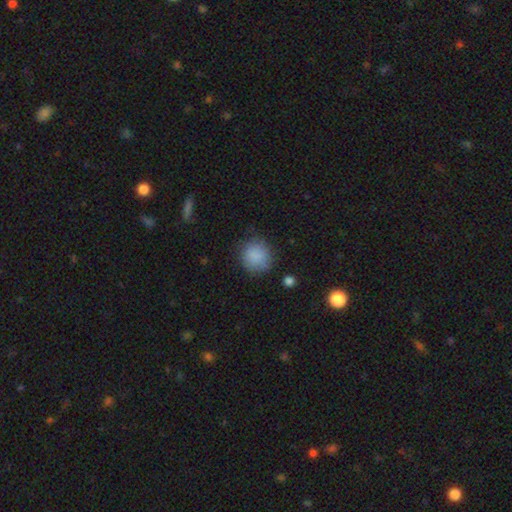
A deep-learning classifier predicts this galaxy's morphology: The model was most divided on "merging": none: 78%, minor disturbance: 15%, major disturbance: 5%, merger: 2%. More confident: how rounded — round (89%); smooth or featured — smooth (85%).